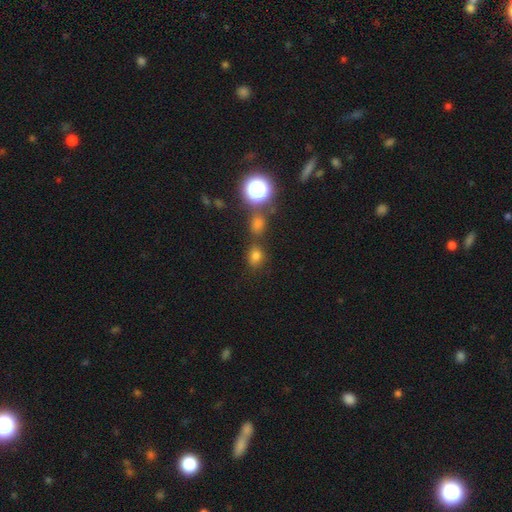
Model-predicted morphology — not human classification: smooth-or-featured: smooth: 65% | star or artifact: 27% | featured or disk: 8%
  how-rounded: round: 60% | in between: 39% | cigar-shaped: 1%
  merging: none: 69% | merger: 16% | minor disturbance: 11% | major disturbance: 4%